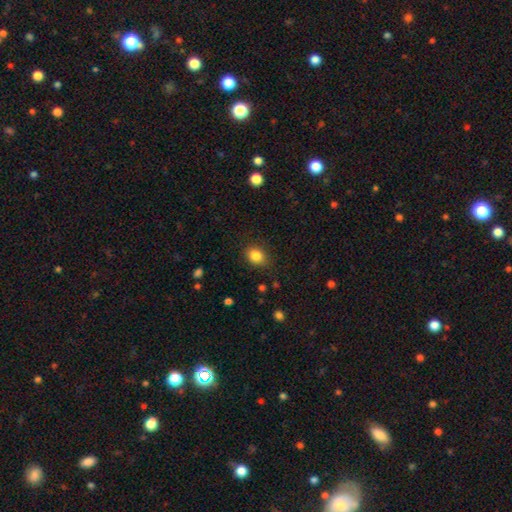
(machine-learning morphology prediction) Q: Smooth or featured?
A: smooth (85%); runner-up: star or artifact (10%)
Q: How rounded?
A: round (52%); runner-up: in between (47%)
Q: Merging?
A: none (82%); runner-up: minor disturbance (13%)